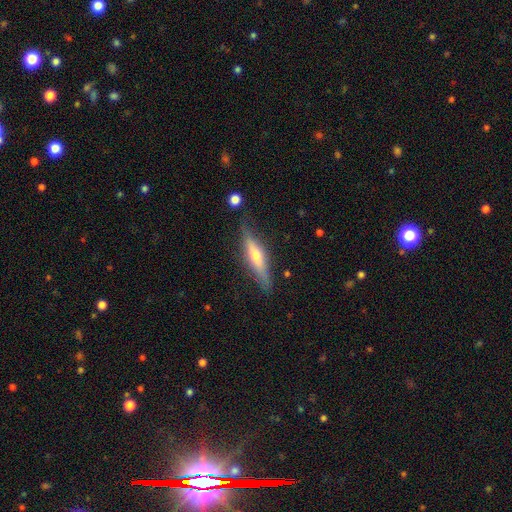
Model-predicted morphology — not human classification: Q: Smooth or featured?
A: featured or disk (58%); runner-up: smooth (36%)
Q: Edge-on disk?
A: yes (91%); runner-up: no (9%)
Q: Edge-on bulge?
A: rounded (81%); runner-up: none (11%)
Q: Merging?
A: none (80%); runner-up: minor disturbance (15%)